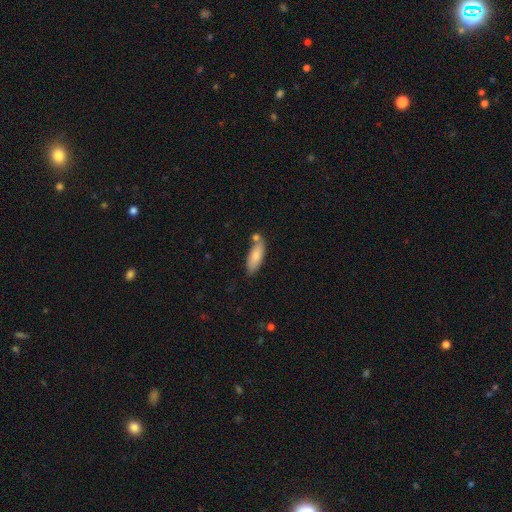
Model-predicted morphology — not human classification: Overall: smooth (78%). How rounded: in between (66%; cigar-shaped 32%). Merging: none (63%).